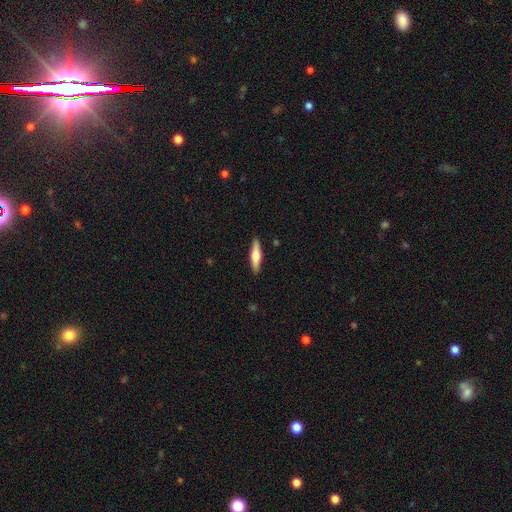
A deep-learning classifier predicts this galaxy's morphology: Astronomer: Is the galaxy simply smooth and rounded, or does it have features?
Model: smooth — 55% (runner-up: featured or disk, 39%).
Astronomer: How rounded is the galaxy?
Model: cigar-shaped — 73%.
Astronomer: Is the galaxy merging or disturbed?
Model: none — 90%.